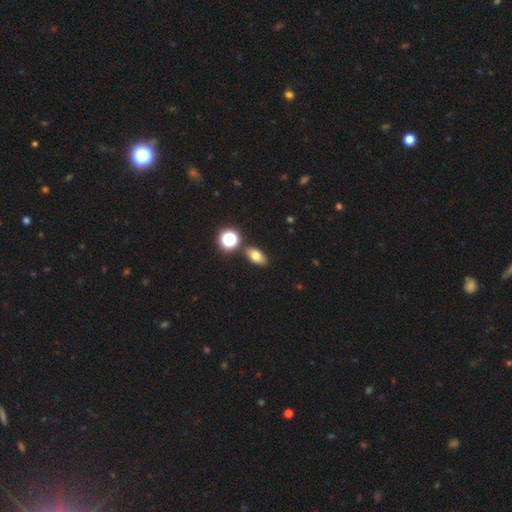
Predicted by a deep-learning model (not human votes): Smooth or featured: smooth — 72% (star or artifact — 14%)
How rounded: in between — 83% (round — 12%)
Merging: none — 82% (minor disturbance — 9%)